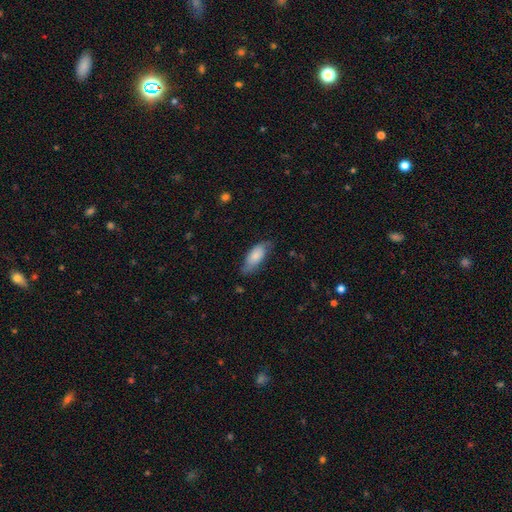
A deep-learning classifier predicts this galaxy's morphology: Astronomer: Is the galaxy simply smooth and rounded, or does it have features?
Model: smooth — 77%.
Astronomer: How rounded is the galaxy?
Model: in between — 80%.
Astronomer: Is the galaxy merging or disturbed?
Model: none — 66%.